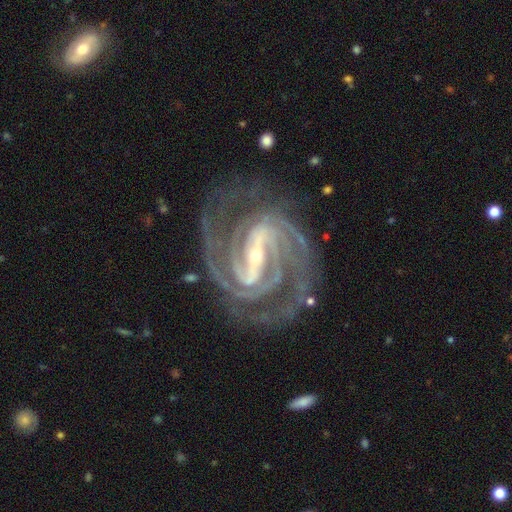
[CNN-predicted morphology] Smooth or featured? Predicted: featured or disk (p=0.94). Edge-on disk? Predicted: no (p=0.97). Bar? Predicted: strong (p=0.75). Spiral arms? Predicted: yes (p=0.99). Spiral winding? Predicted: tight (p=0.67). Spiral arm count? Predicted: 2 (p=0.32). Bulge size? Predicted: small (p=0.69). Merging? Predicted: none (p=0.72).